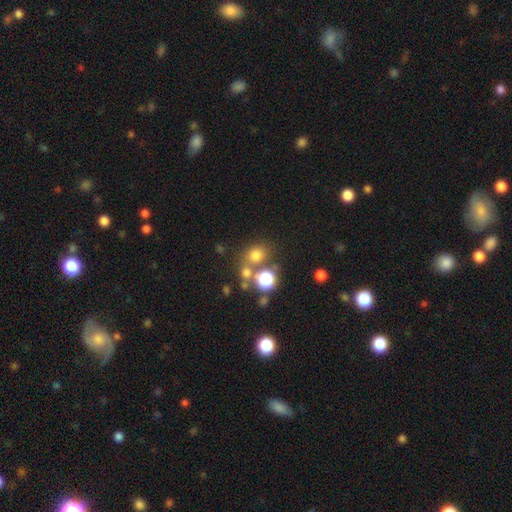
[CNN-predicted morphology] Smooth or featured? Predicted: smooth (p=0.68). How rounded? Predicted: round (p=0.70). Merging? Predicted: none (p=0.59).